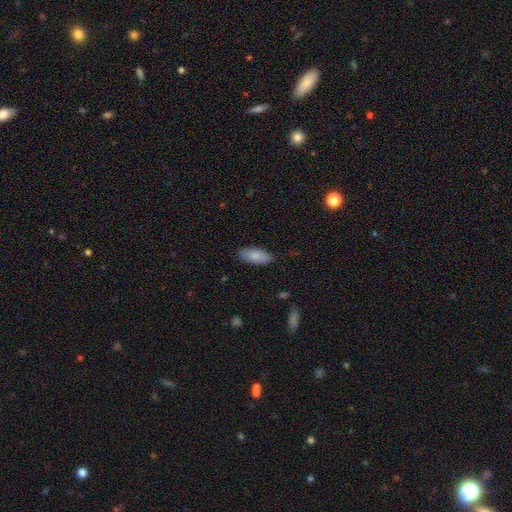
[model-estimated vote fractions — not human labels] Q: Smooth or featured?
A: smooth (83%); runner-up: featured or disk (11%)
Q: How rounded?
A: in between (89%); runner-up: cigar-shaped (9%)
Q: Merging?
A: none (84%); runner-up: minor disturbance (12%)